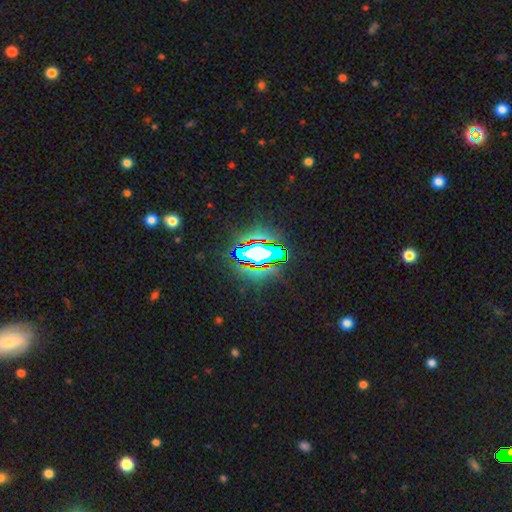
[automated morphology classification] Smooth or featured?
  - star or artifact: 68% *
  - smooth: 16%
  - featured or disk: 15%